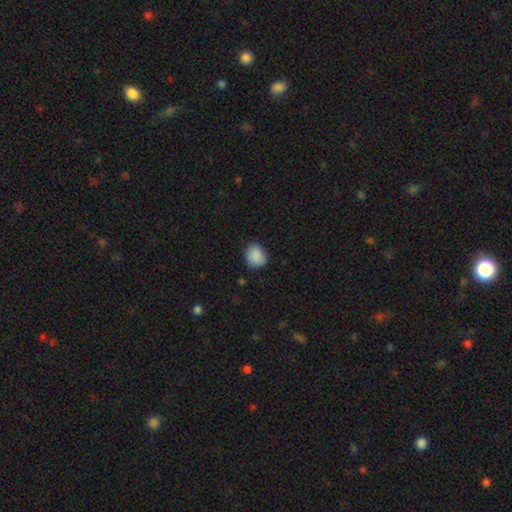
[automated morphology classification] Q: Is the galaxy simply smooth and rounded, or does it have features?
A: smooth — 88%.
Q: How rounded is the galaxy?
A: round — 63%.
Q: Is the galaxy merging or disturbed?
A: none — 78%.